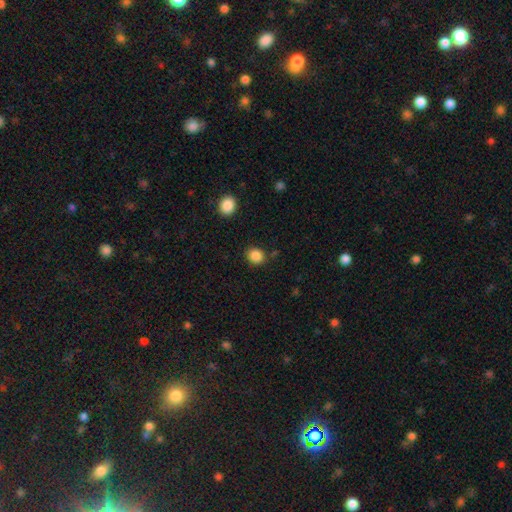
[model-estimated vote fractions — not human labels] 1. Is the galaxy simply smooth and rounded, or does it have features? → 86% smooth, 10% star or artifact, 3% featured or disk.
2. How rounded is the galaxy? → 76% round, 24% in between, 1% cigar-shaped.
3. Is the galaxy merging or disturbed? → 83% none, 10% minor disturbance, 3% merger, 3% major disturbance.